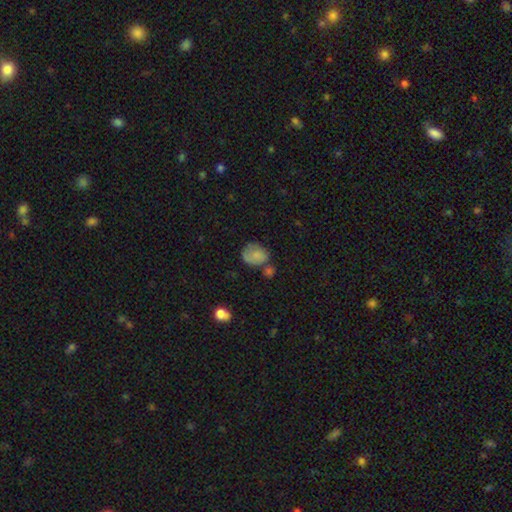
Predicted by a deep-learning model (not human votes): Morphology: type=smooth (72%); roundness=in between (51%); merging=none (43%).